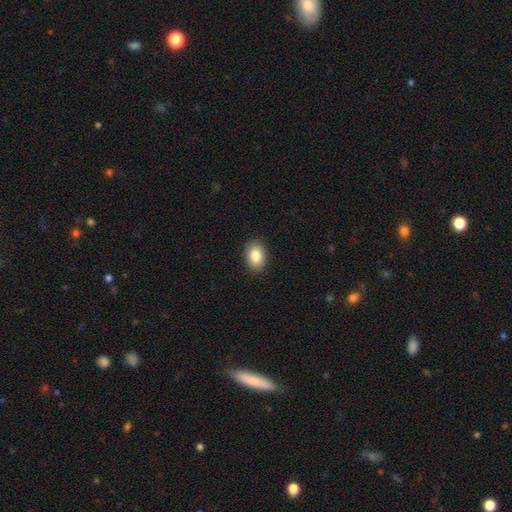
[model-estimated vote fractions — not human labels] This is clearly a smooth galaxy (85%). How rounded: clearly in between (80%). Merging: clearly none (90%).